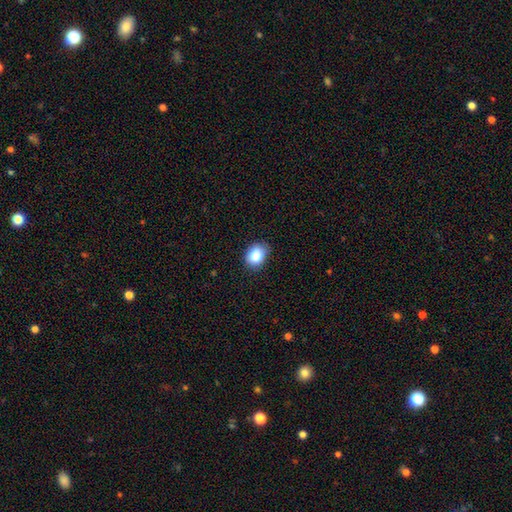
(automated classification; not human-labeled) This appears to be a smooth galaxy with no disk features (87%) that is in between round and cigar-shaped (64%). Merging: none (76%).